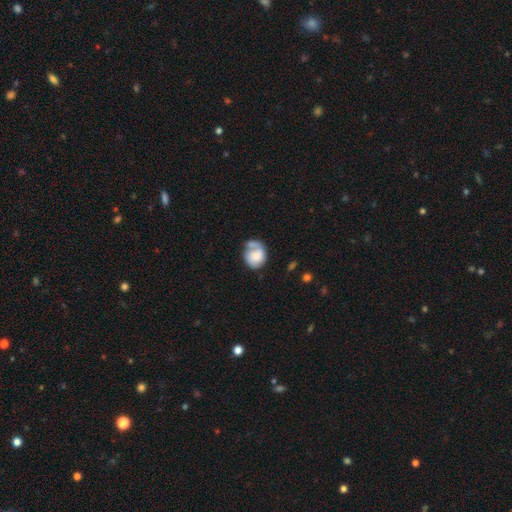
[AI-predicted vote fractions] Smooth or featured? Predicted: smooth (p=0.59). How rounded? Predicted: round (p=0.62). Merging? Predicted: none (p=0.33).